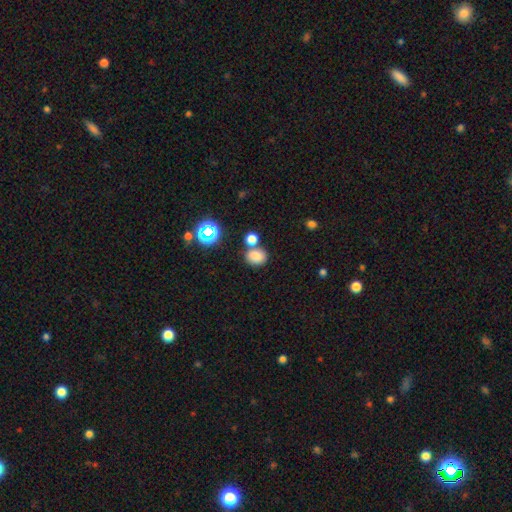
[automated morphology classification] smooth_or_featured: smooth (p=0.77) [alt: star or artifact p=0.16]
how_rounded: round (p=0.59) [alt: in between p=0.40]
merging: none (p=0.63) [alt: merger p=0.23]